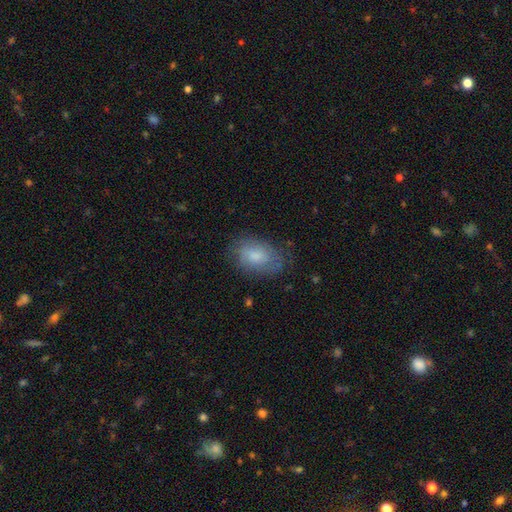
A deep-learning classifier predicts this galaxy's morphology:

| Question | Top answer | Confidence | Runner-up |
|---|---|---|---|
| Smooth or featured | smooth | 67% | featured or disk (25%) |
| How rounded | in between | 87% | round (12%) |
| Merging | none | 69% | minor disturbance (22%) |